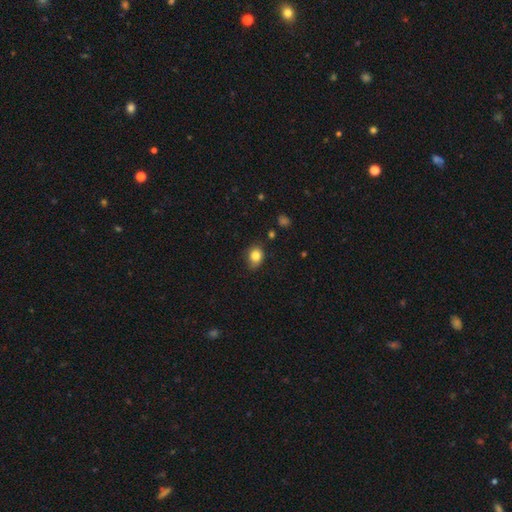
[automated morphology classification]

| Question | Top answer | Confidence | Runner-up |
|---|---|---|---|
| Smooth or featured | smooth | 83% | star or artifact (10%) |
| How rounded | round | 50% | in between (49%) |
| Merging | none | 72% | minor disturbance (22%) |